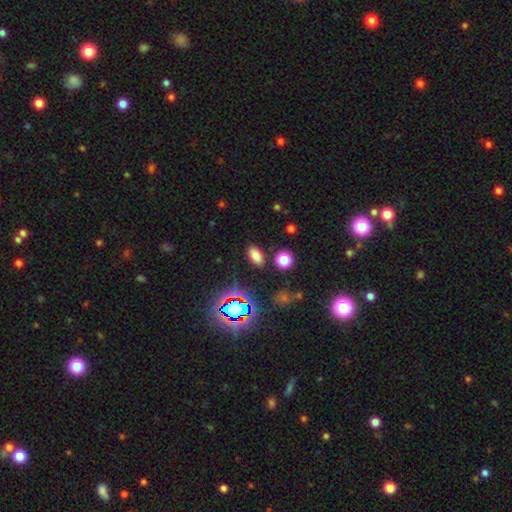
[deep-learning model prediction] smooth_or_featured: smooth (p=0.73) [alt: star or artifact p=0.20]
how_rounded: in between (p=0.89) [alt: round p=0.08]
merging: none (p=0.86) [alt: minor disturbance p=0.08]